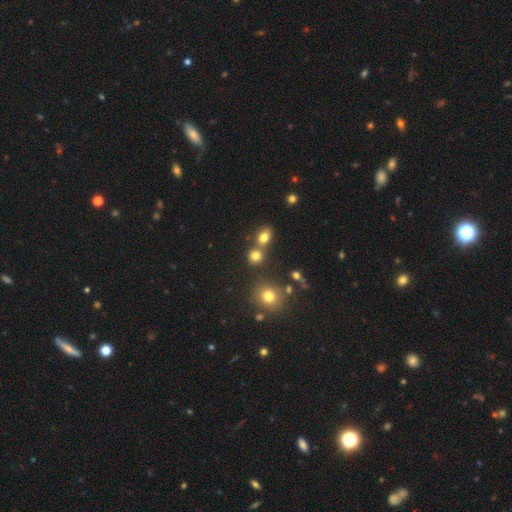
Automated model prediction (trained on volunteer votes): smooth-or-featured: smooth: 76% | star or artifact: 16% | featured or disk: 8%
  how-rounded: round: 76% | in between: 23% | cigar-shaped: 1%
  merging: none: 59% | merger: 28% | minor disturbance: 9% | major disturbance: 4%